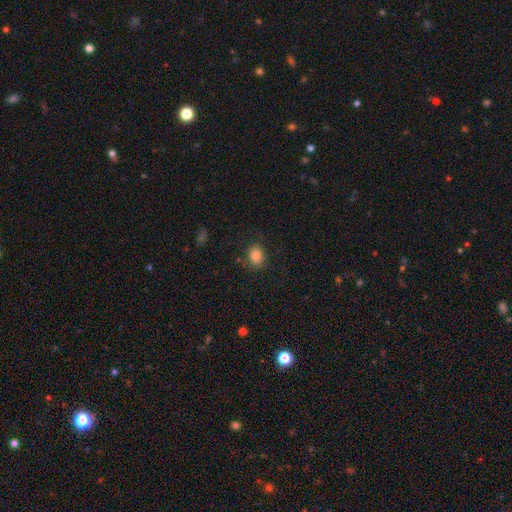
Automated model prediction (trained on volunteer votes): The model was most divided on "how rounded": in between: 55%, round: 44%, cigar-shaped: 1%. More confident: smooth or featured — smooth (84%); merging — none (80%).